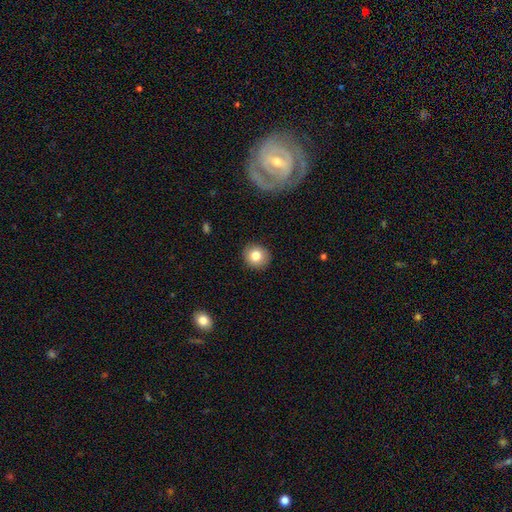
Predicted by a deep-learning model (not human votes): This appears to be a smooth galaxy with no disk features (81%) that is round (87%). Merging: none (91%).